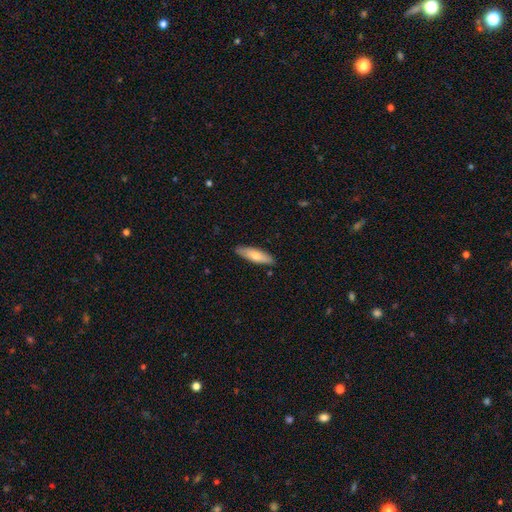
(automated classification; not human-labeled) smooth-or-featured: smooth: 72% | featured or disk: 23% | star or artifact: 5%
  how-rounded: cigar-shaped: 54% | in between: 44% | round: 2%
  merging: none: 86% | minor disturbance: 11% | major disturbance: 2% | merger: 1%